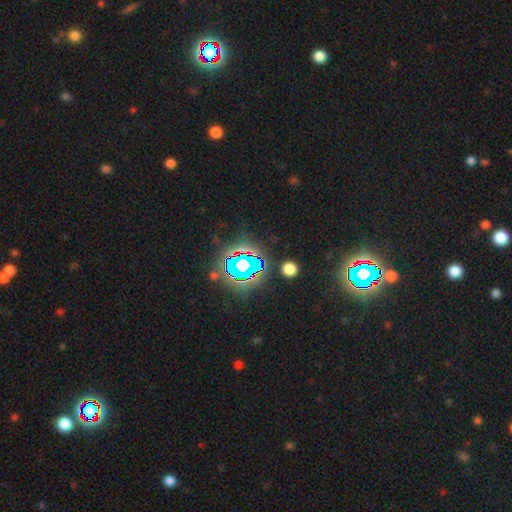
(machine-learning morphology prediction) Overall: star or artifact (76%).